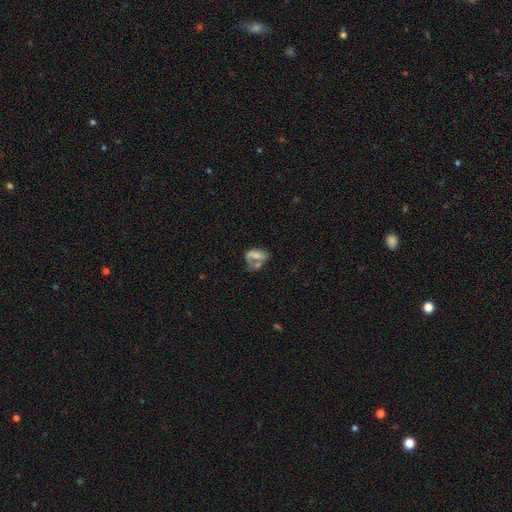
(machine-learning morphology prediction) Smooth or featured?
  - smooth: 56% *
  - featured or disk: 34%
  - star or artifact: 11%
How rounded?
  - in between: 83% *
  - round: 14%
  - cigar-shaped: 4%
Merging?
  - merger: 33% *
  - major disturbance: 27%
  - none: 23%
  - minor disturbance: 17%